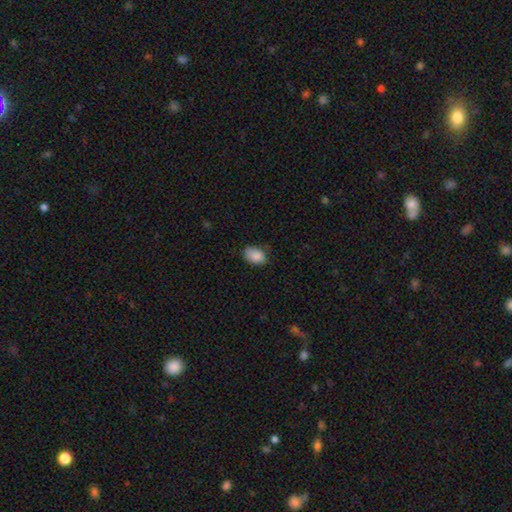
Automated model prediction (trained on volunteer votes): A smooth galaxy with no disk features (87%) that is in between round and cigar-shaped (84%).

Vote fractions:
- Smooth or featured? smooth: 87% / star or artifact: 8% / featured or disk: 5%
- How rounded? in between: 84% / round: 15% / cigar-shaped: 1%
- Merging? none: 65% / minor disturbance: 28% / major disturbance: 6% / merger: 1%